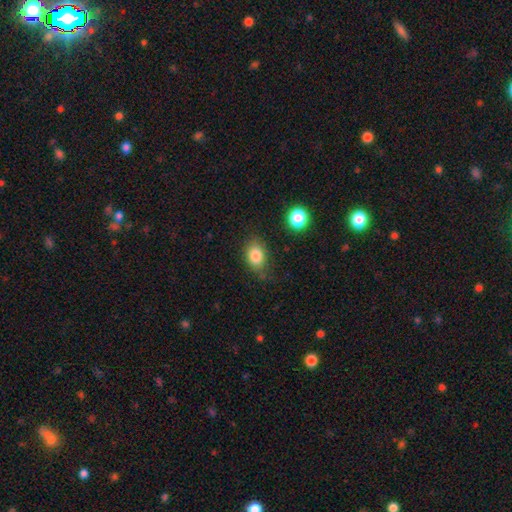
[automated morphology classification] Overall: smooth (83%). How rounded: in between (73%). Merging: none (72%).